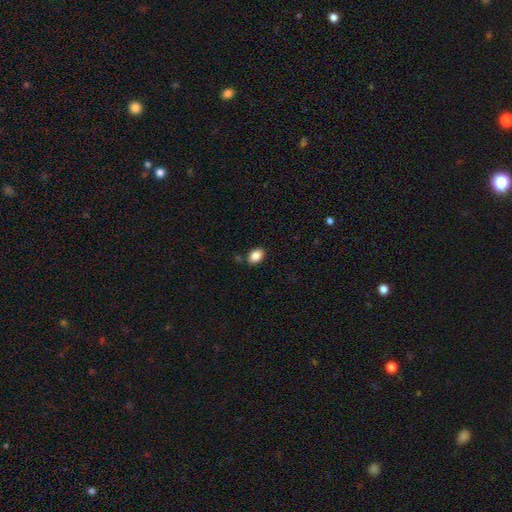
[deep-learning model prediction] A smooth galaxy with no disk features (87%) that is in between round and cigar-shaped (79%). Merging: none (84%).